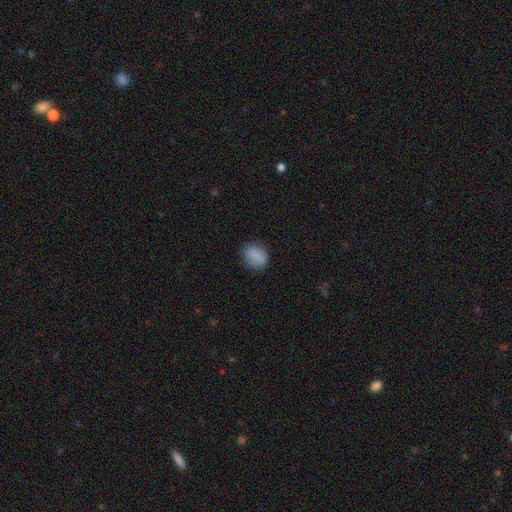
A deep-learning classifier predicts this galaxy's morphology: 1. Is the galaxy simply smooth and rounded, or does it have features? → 86% smooth, 9% star or artifact, 5% featured or disk.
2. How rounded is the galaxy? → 52% round, 47% in between, 1% cigar-shaped.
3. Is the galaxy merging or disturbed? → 79% none, 16% minor disturbance, 4% major disturbance, 1% merger.